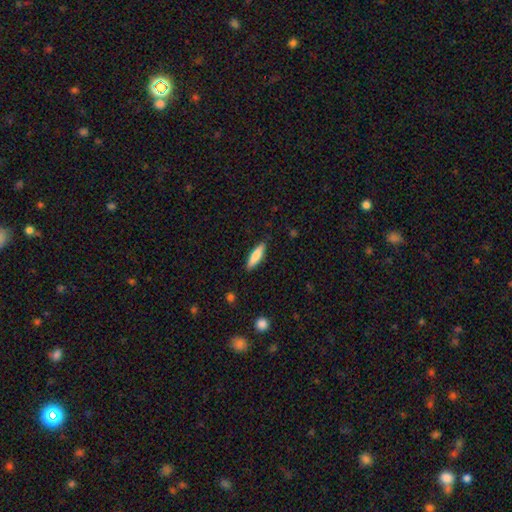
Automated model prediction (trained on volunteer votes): A smooth galaxy with no disk features (81%) that is cigar-shaped (70%).

Vote fractions:
- Smooth or featured? smooth: 81% / featured or disk: 13% / star or artifact: 6%
- How rounded? cigar-shaped: 70% / in between: 29% / round: 1%
- Merging? none: 88% / minor disturbance: 9% / major disturbance: 2% / merger: 1%